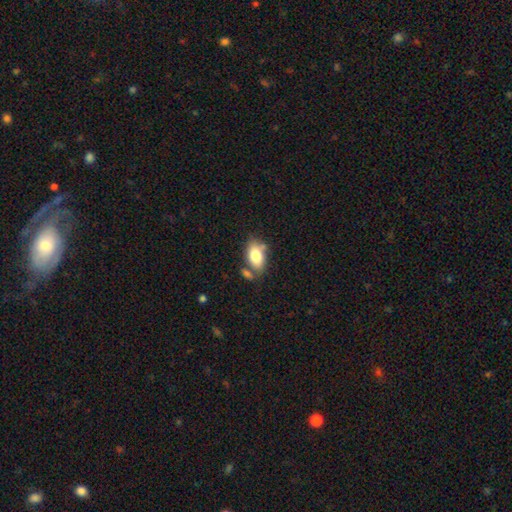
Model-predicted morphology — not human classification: Overall: smooth (79%). How rounded: in between (90%). Merging: none (56%; merger 19%).